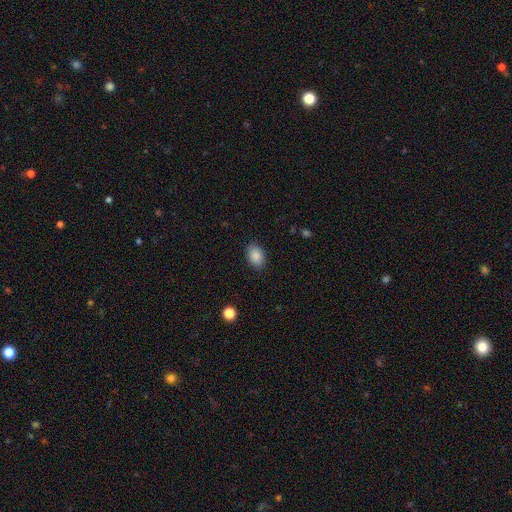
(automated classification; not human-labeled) Smooth or featured? Predicted: smooth (p=0.89). How rounded? Predicted: in between (p=0.84). Merging? Predicted: none (p=0.88).